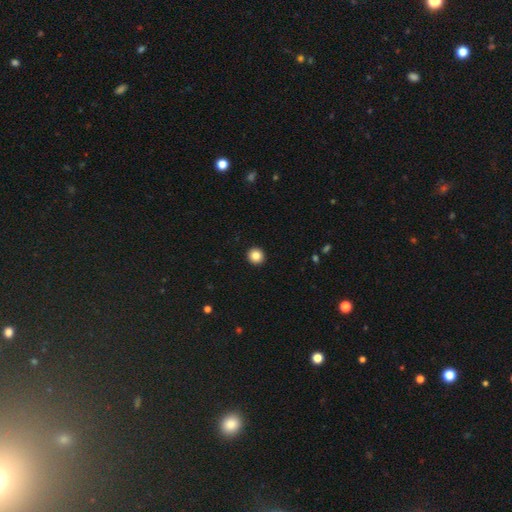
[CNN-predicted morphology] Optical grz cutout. It shows a smooth galaxy with no disk features (85%) that is round (94%). Merging: none (94%).